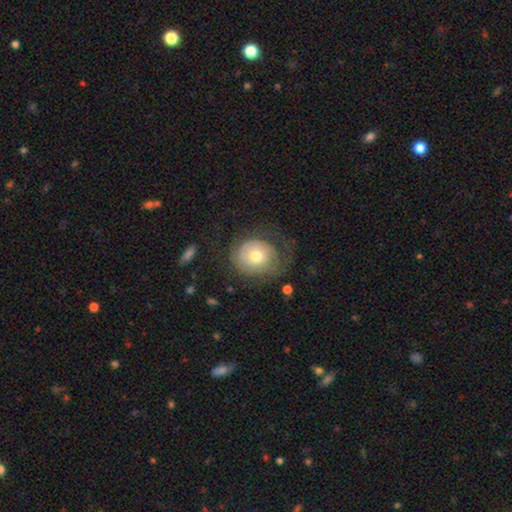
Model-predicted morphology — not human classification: The model was most divided on "smooth or featured": smooth: 49%, featured or disk: 44%, star or artifact: 8%. More confident: merging — none (52%).